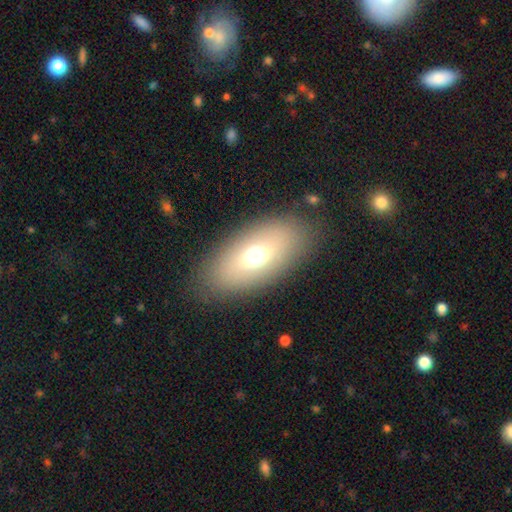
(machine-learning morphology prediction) Smooth or featured?
  - smooth: 64% *
  - featured or disk: 25%
  - star or artifact: 11%
How rounded?
  - in between: 88% *
  - round: 7%
  - cigar-shaped: 5%
Merging?
  - none: 85% *
  - minor disturbance: 9%
  - major disturbance: 5%
  - merger: 1%